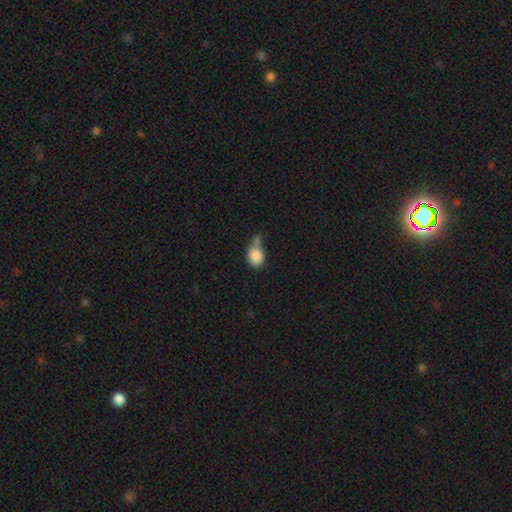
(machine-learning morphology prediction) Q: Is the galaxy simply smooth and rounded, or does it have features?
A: smooth — 84%.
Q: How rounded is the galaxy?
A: in between — 58%.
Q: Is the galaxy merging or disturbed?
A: merger — 37%.